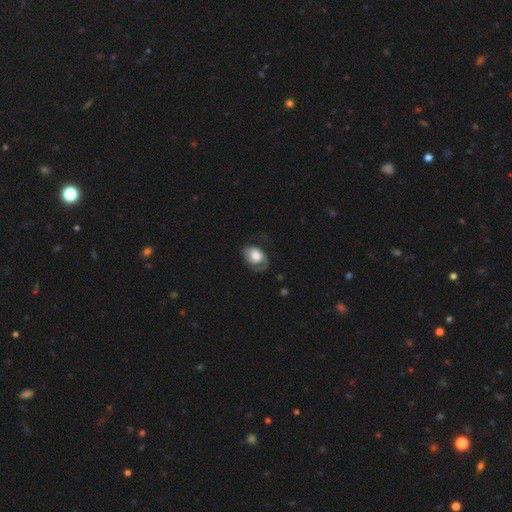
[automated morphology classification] smooth-or-featured: smooth: 58% | featured or disk: 35% | star or artifact: 7%
  how-rounded: in between: 73% | round: 26% | cigar-shaped: 1%
  merging: none: 53% | minor disturbance: 27% | major disturbance: 19% | merger: 2%